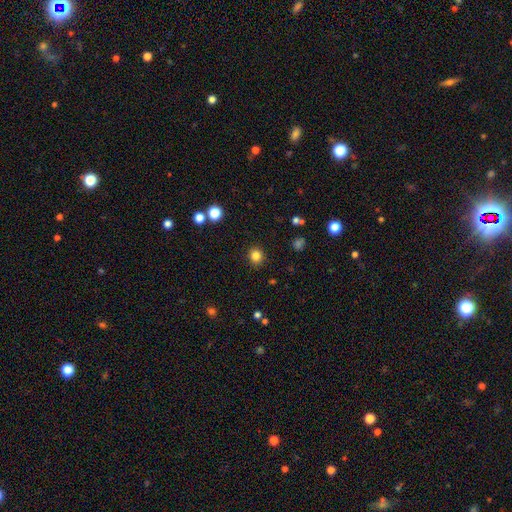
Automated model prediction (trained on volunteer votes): smooth 83%, star or artifact 12%, featured or disk 5%. Down the decision tree: how rounded — round (83%); merging — none (90%).